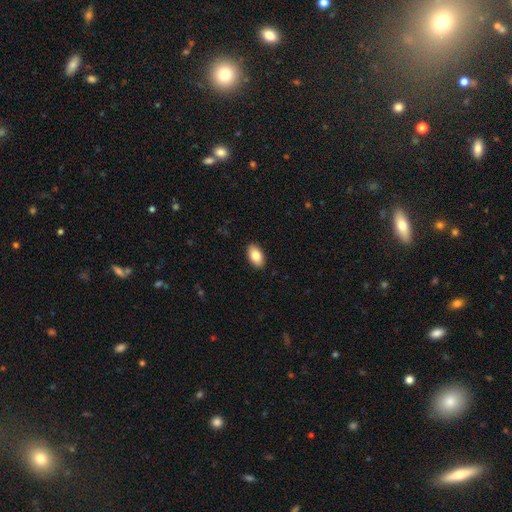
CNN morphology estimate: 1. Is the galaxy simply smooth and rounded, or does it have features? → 83% smooth, 10% featured or disk, 7% star or artifact.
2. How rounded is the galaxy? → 93% in between, 5% round, 2% cigar-shaped.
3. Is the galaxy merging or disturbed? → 90% none, 7% minor disturbance, 2% major disturbance, 1% merger.